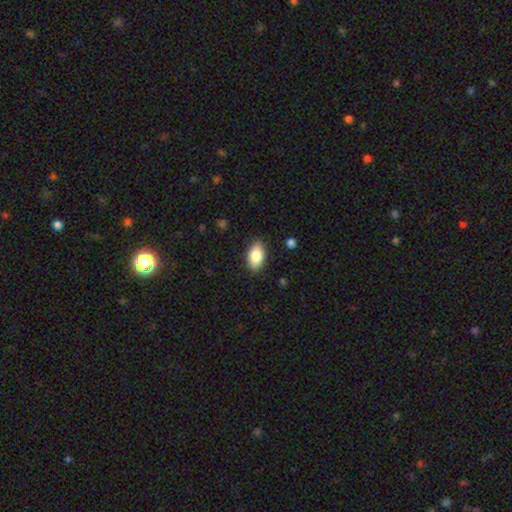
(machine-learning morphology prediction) type=smooth (85%); roundness=in between (93%); merging=none (88%).